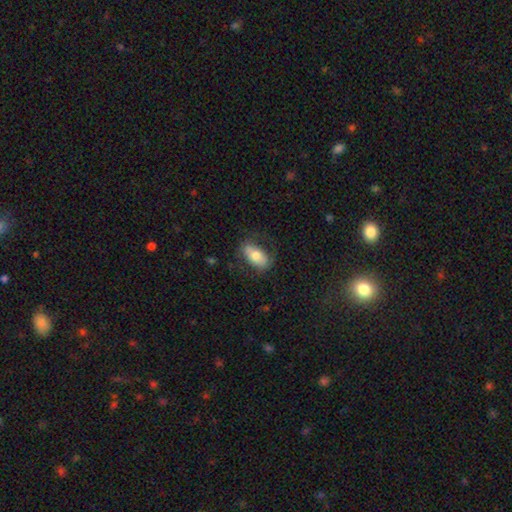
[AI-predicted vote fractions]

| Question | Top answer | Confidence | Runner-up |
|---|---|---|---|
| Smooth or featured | smooth | 70% | featured or disk (23%) |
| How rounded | in between | 92% | round (5%) |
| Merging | none | 72% | minor disturbance (18%) |